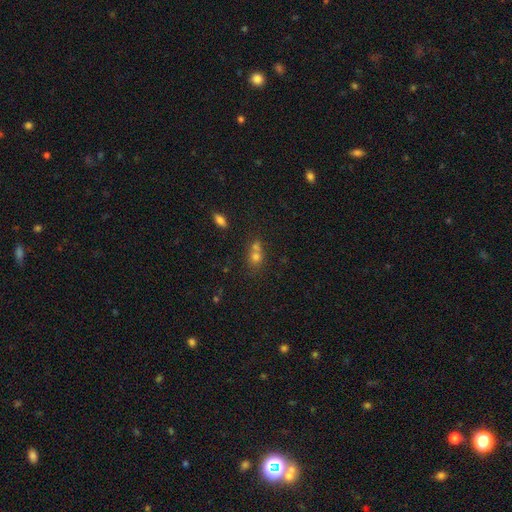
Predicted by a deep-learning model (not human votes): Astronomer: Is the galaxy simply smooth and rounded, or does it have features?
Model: smooth — 60%.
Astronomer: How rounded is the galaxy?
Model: round — 71%.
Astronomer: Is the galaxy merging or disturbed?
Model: merger — 45% (runner-up: none, 43%).